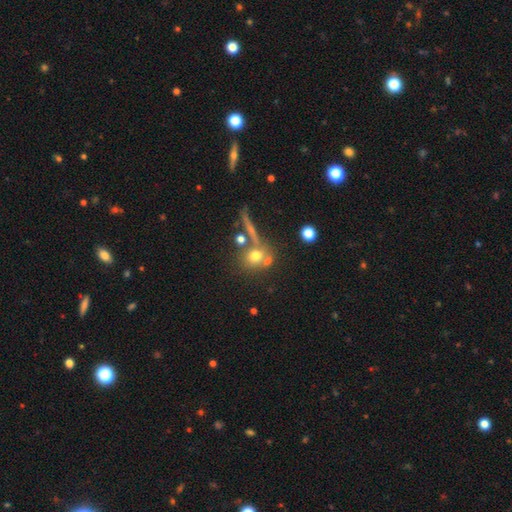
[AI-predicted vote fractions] The model was most divided on "merging": none: 53%, merger: 28%, minor disturbance: 12%, major disturbance: 7%. More confident: how rounded — round (76%); smooth or featured — smooth (66%).